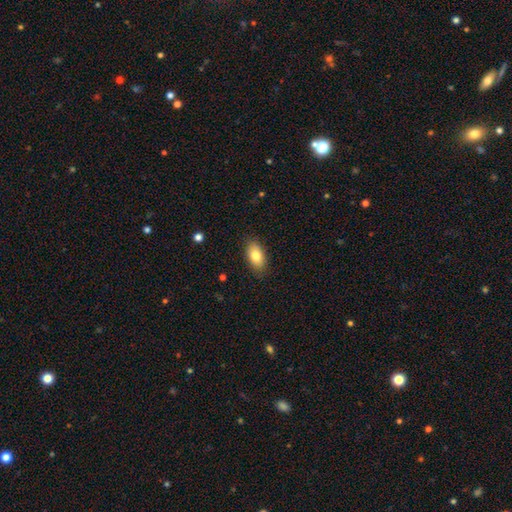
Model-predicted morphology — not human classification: smooth_or_featured: smooth (p=0.81) [alt: featured or disk p=0.11]
how_rounded: in between (p=0.91) [alt: round p=0.06]
merging: none (p=0.86) [alt: minor disturbance p=0.11]